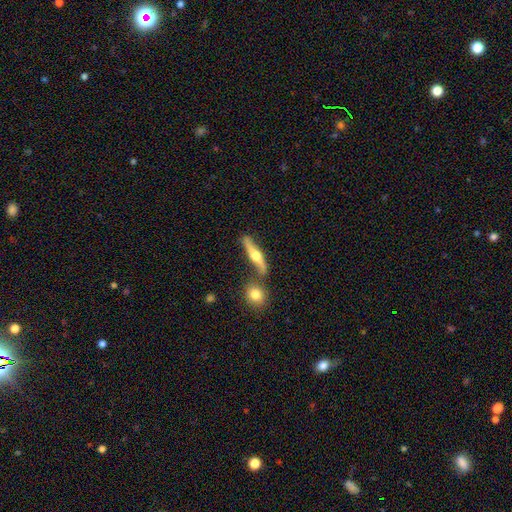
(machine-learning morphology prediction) This appears to be a featured or disk galaxy (66%) viewed edge-on (88%) with a rounded central bulge (95%). Merging: none (71%).